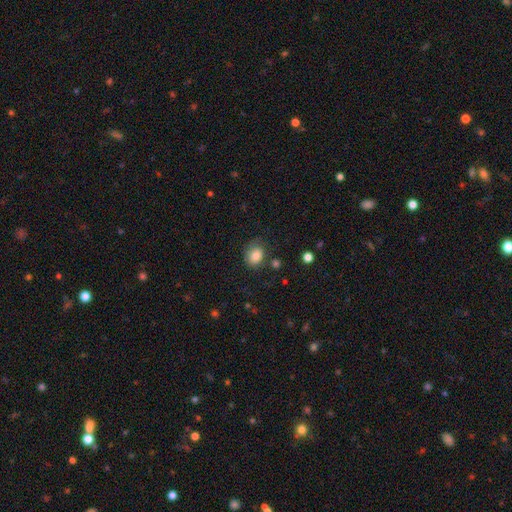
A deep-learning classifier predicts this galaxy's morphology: This appears to be a smooth galaxy with no disk features (84%) that is in between round and cigar-shaped (54%). Merging: none (66%).